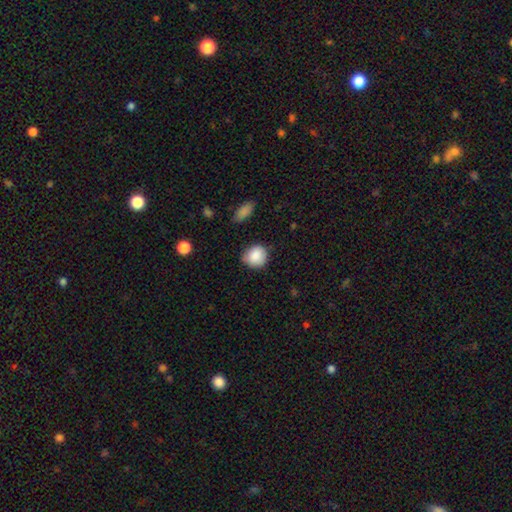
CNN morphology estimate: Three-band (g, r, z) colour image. It shows a smooth galaxy with no disk features (87%) that is round (82%). Merging: none (74%).